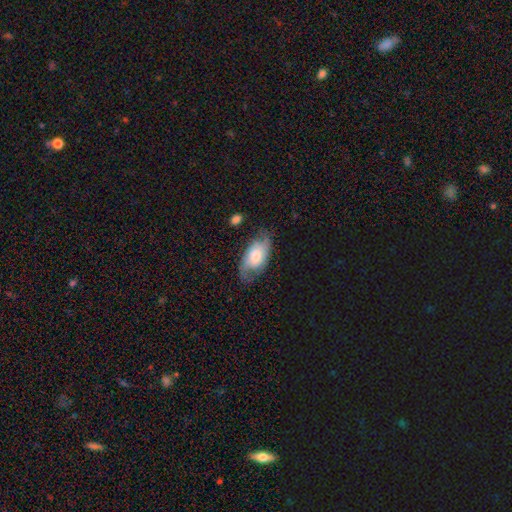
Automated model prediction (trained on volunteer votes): This is possibly a featured or disk galaxy (55%). It is clearly not viewed edge-on (92%). Bar: likely no (65%). Spiral arm pattern: clearly yes (85%). Central bulge: marginally moderate (45%). Merging: likely none (61%).